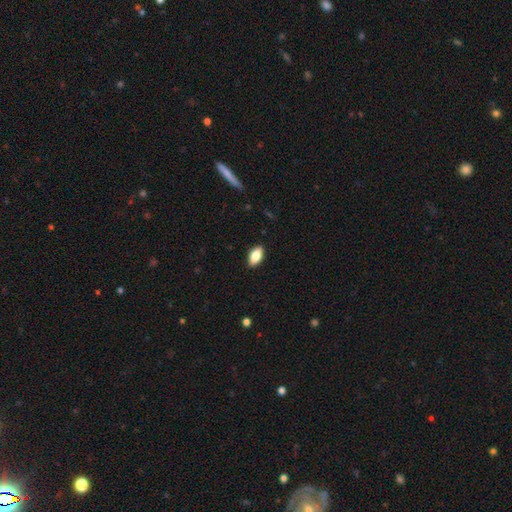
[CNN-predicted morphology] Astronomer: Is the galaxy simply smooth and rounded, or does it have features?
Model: smooth — 79%.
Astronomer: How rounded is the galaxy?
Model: in between — 90%.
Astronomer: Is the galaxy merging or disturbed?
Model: none — 89%.